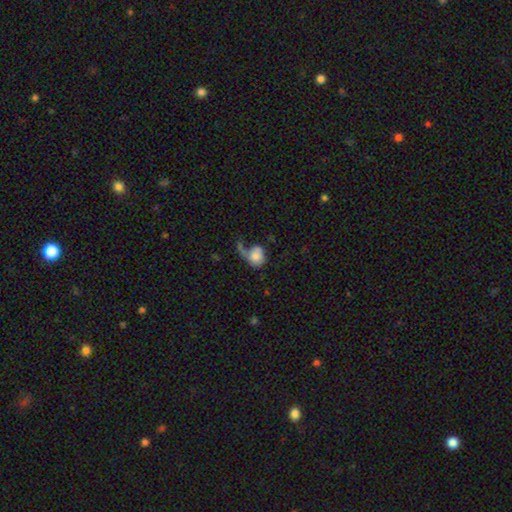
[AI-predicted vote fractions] Morphology: type=smooth (65%); roundness=round (57%); merging=major disturbance (42%).